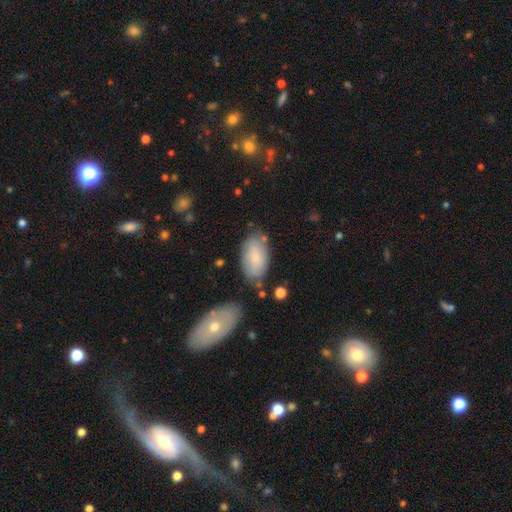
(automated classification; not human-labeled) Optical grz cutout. It shows a smooth galaxy with no disk features (76%) that is in between round and cigar-shaped (94%). Merging: none (68%).